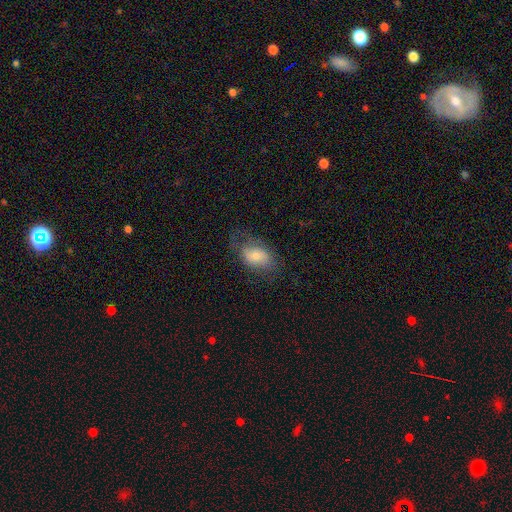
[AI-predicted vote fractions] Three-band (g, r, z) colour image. It shows a smooth galaxy with no disk features (66%) that is in between round and cigar-shaped (87%). Merging: none (58%).